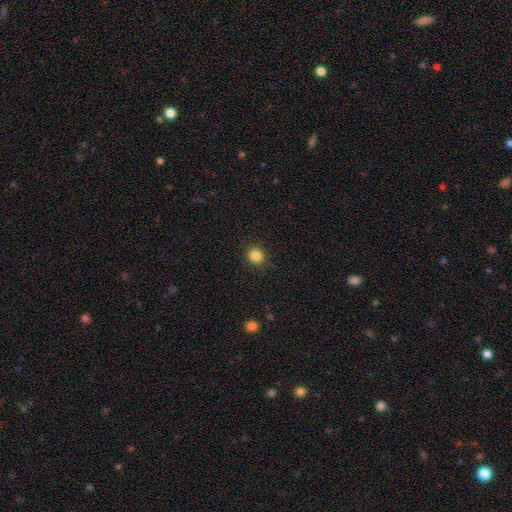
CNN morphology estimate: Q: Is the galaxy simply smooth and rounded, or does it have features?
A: smooth — 85%.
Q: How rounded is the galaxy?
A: round — 87%.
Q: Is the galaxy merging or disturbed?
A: none — 91%.